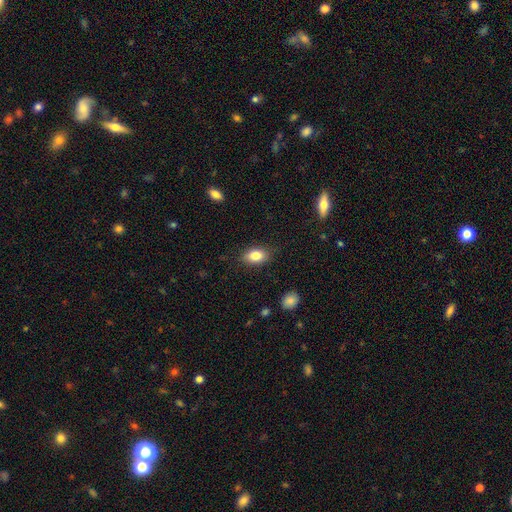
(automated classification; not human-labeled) smooth 84%, featured or disk 9%, star or artifact 8%. Down the decision tree: how rounded — in between (88%); merging — none (85%).